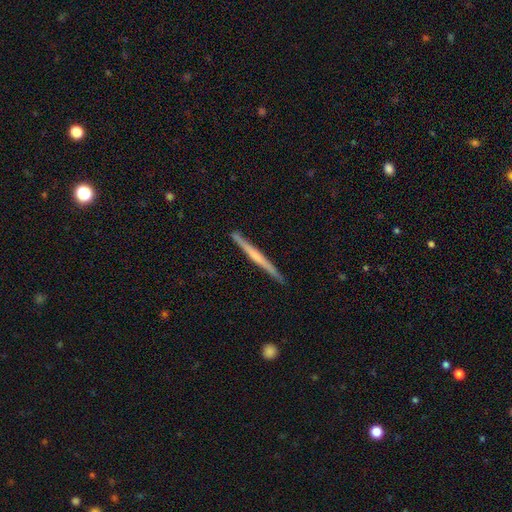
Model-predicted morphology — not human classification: The model was most divided on "smooth or featured": featured or disk: 60%, smooth: 34%, star or artifact: 5%. More confident: edge-on disk — yes (98%); merging — none (90%); edge-on bulge — none (59%).